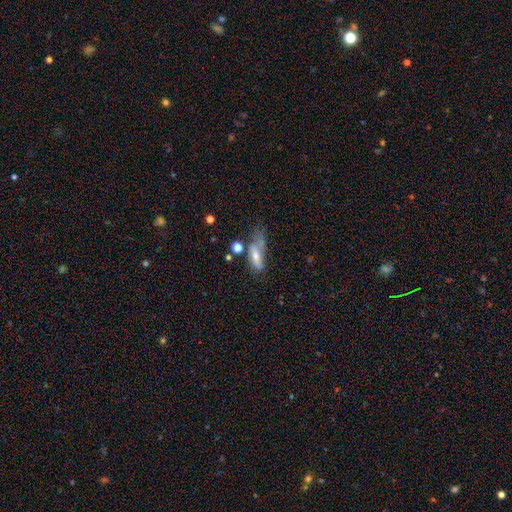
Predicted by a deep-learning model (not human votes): The model was most divided on "merging": major disturbance: 32%, minor disturbance: 29%, none: 29%, merger: 10%. More confident: how rounded — in between (67%); smooth or featured — smooth (58%).